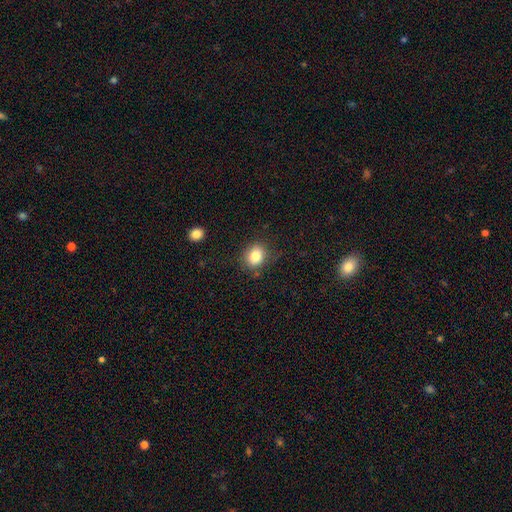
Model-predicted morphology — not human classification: smooth_or_featured: smooth (p=0.84) [alt: star or artifact p=0.10]
how_rounded: round (p=0.57) [alt: in between p=0.42]
merging: none (p=0.80) [alt: minor disturbance p=0.14]